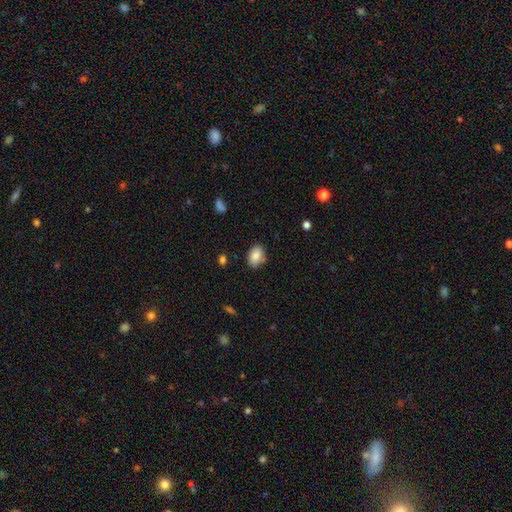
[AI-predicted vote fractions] Morphology: type=smooth (87%); roundness=in between (83%); merging=none (81%).